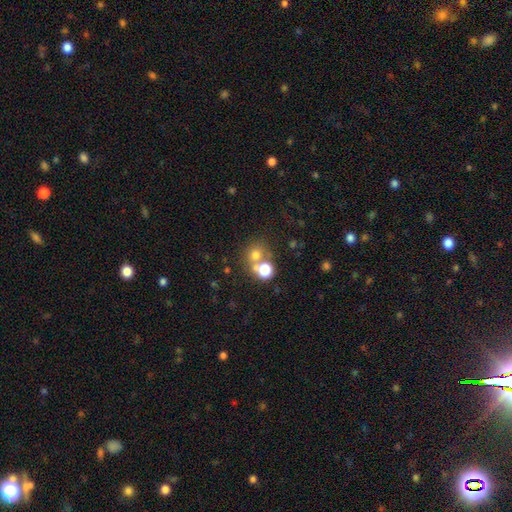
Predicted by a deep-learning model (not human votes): Smooth or featured?
  - smooth: 67% *
  - star or artifact: 20%
  - featured or disk: 14%
How rounded?
  - round: 82% *
  - in between: 17%
  - cigar-shaped: 1%
Merging?
  - none: 48% *
  - merger: 41%
  - minor disturbance: 7%
  - major disturbance: 5%